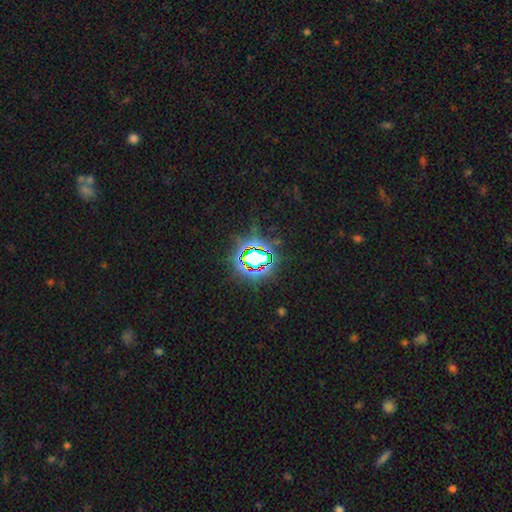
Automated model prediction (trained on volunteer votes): Morphology: type=star or artifact (75%).